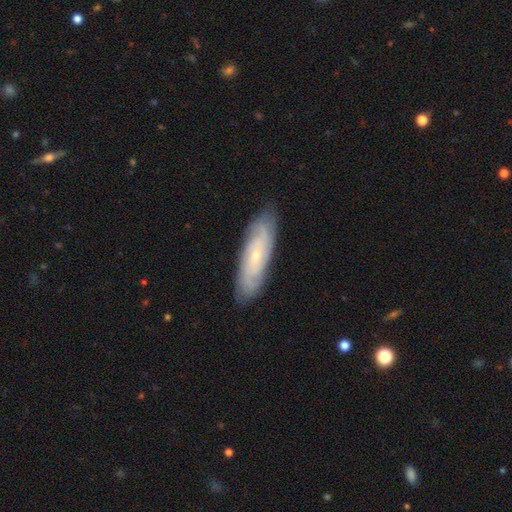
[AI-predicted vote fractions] Smooth or featured? Predicted: featured or disk (p=0.70). Edge-on disk? Predicted: no (p=0.81). Bar? Predicted: no (p=0.75). Spiral arms? Predicted: yes (p=0.91). Spiral winding? Predicted: tight (p=0.68). Spiral arm count? Predicted: can't tell (p=0.51). Bulge size? Predicted: small (p=0.80). Merging? Predicted: none (p=0.84).